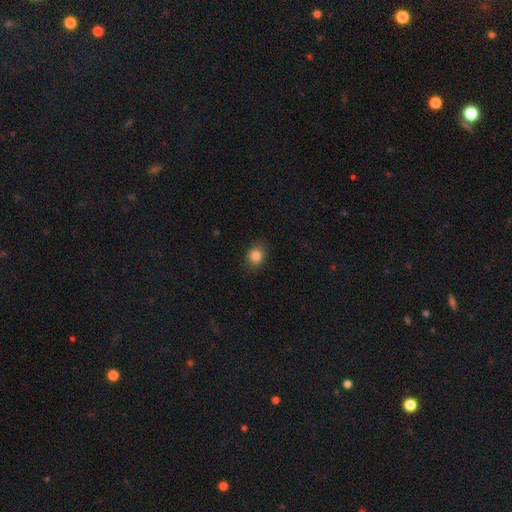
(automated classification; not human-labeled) Smooth or featured? smooth (84%)
How rounded? in between (51%)
Merging? none (83%)